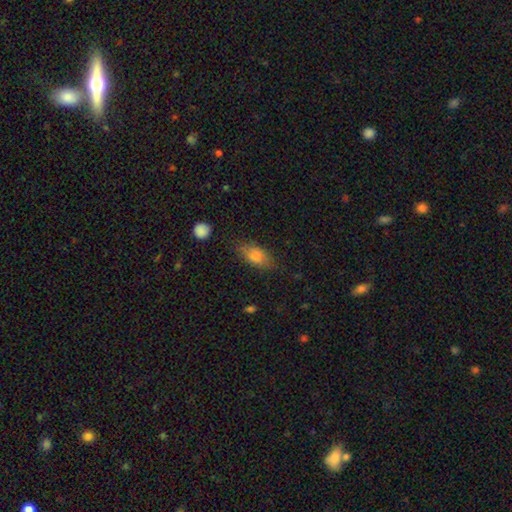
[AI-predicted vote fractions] smooth_or_featured: smooth (p=0.79) [alt: featured or disk p=0.12]
how_rounded: in between (p=0.85) [alt: round p=0.08]
merging: none (p=0.67) [alt: minor disturbance p=0.22]